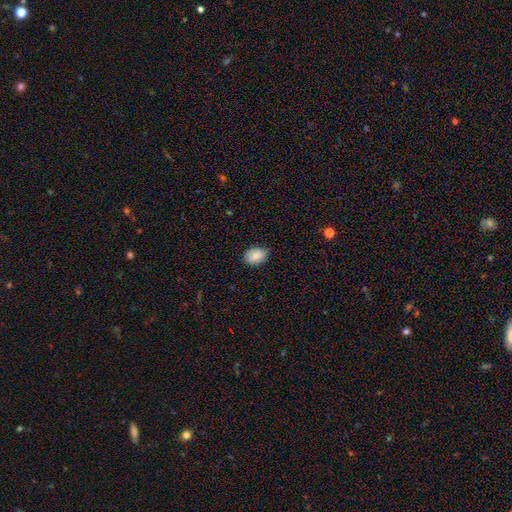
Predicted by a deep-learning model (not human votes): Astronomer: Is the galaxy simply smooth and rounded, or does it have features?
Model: smooth — 84%.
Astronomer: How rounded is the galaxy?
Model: in between — 75%.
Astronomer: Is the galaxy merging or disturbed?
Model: none — 82%.